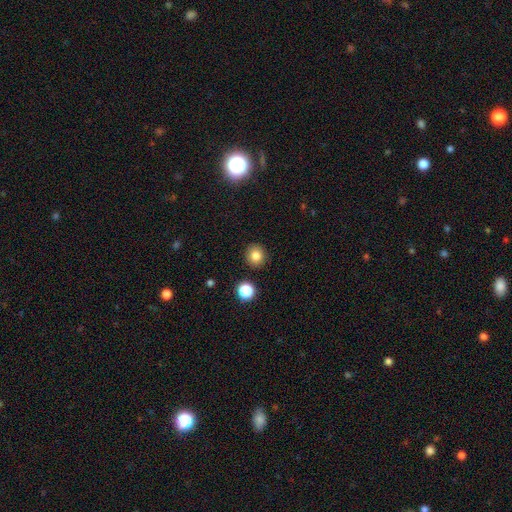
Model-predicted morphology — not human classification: smooth 82%, star or artifact 12%, featured or disk 6%. Down the decision tree: how rounded — round (89%); merging — none (90%).